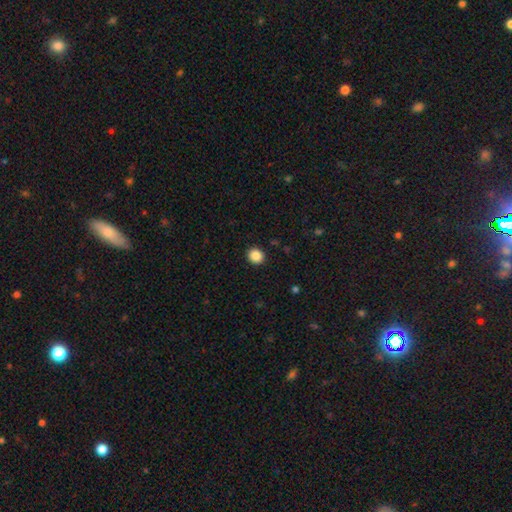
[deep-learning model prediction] Smooth or featured? Predicted: smooth (p=0.87). How rounded? Predicted: round (p=0.84). Merging? Predicted: none (p=0.92).